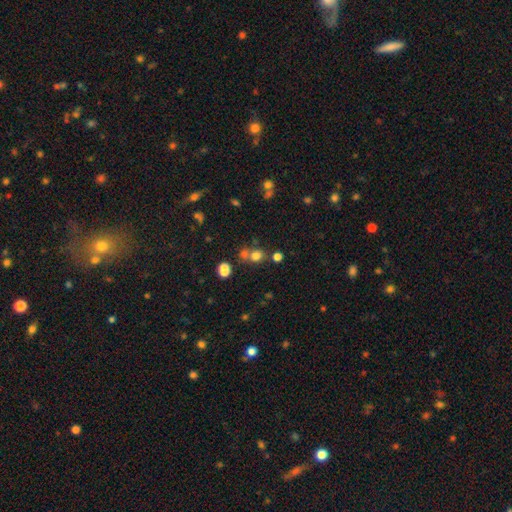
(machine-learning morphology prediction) smooth 71%, star or artifact 20%, featured or disk 9%. Down the decision tree: how rounded — round (77%); merging — none (58%).